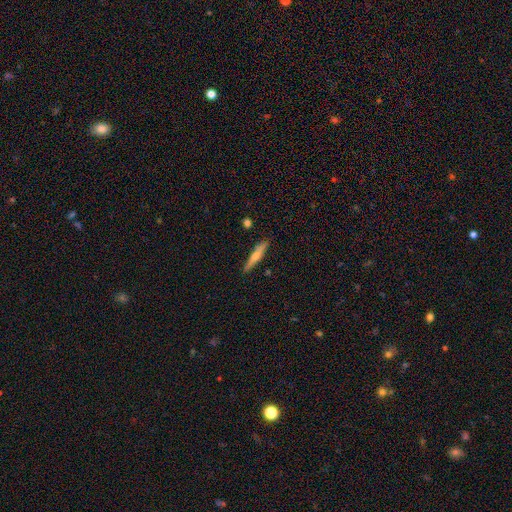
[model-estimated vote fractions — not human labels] Q: Smooth or featured?
A: featured or disk (51%); runner-up: smooth (43%)
Q: Edge-on disk?
A: yes (96%); runner-up: no (4%)
Q: Merging?
A: none (89%); runner-up: minor disturbance (8%)